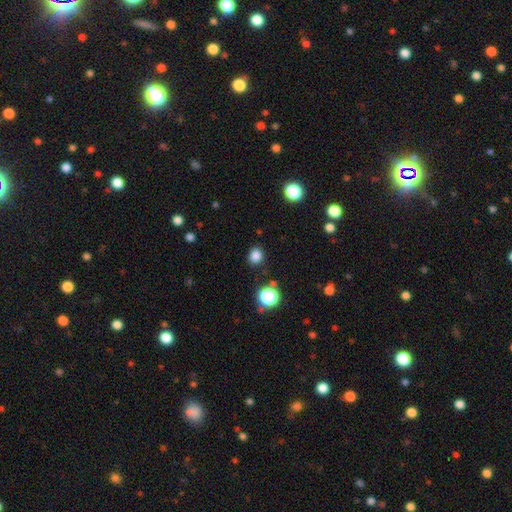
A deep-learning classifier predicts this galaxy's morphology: A smooth galaxy with no disk features (82%) that is round (71%). Merging: none (87%).